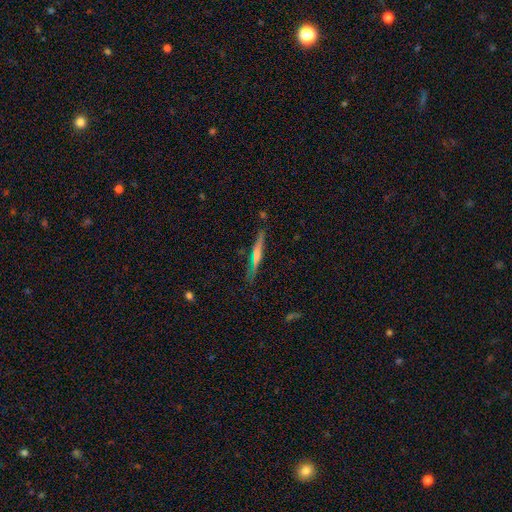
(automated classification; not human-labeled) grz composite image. It shows a featured or disk galaxy (51%) viewed edge-on (94%). Merging: none (82%).